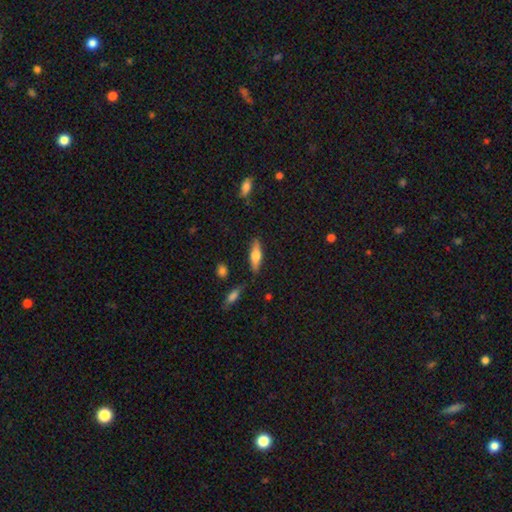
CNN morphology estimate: Overall: smooth (53%; featured or disk 41%). How rounded: cigar-shaped (54%; in between 44%). Merging: none (83%).